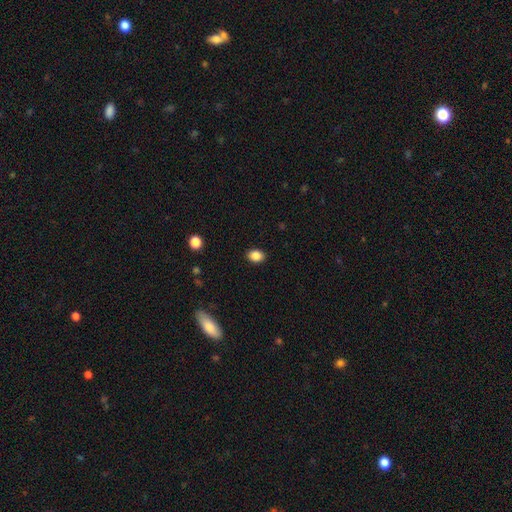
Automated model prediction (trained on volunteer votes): The model was most divided on "how rounded": in between: 68%, round: 31%, cigar-shaped: 1%. More confident: merging — none (89%); smooth or featured — smooth (87%).